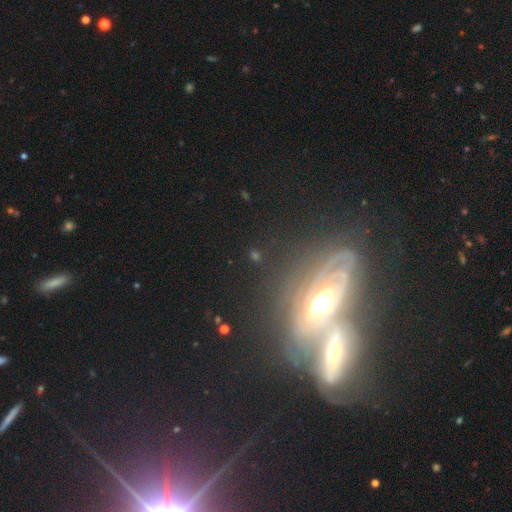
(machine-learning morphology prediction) smooth-or-featured: featured or disk: 59% | smooth: 21% | star or artifact: 20%
  disk-edge-on: no: 82% | yes: 18%
  merging: none: 70% | minor disturbance: 13% | merger: 9% | major disturbance: 8%